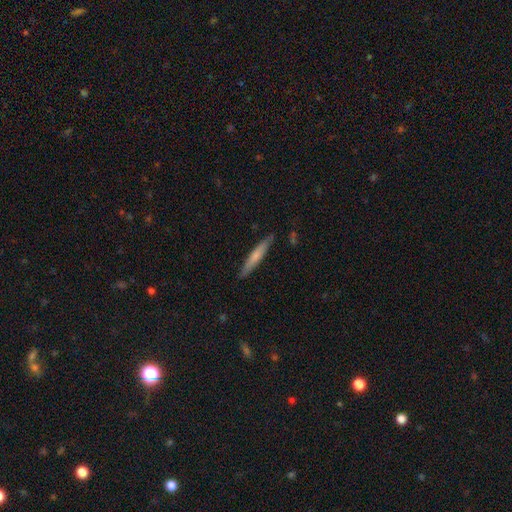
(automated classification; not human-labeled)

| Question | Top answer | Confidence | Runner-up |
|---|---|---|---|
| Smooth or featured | smooth | 63% | featured or disk (32%) |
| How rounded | cigar-shaped | 94% | in between (5%) |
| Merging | none | 87% | minor disturbance (10%) |